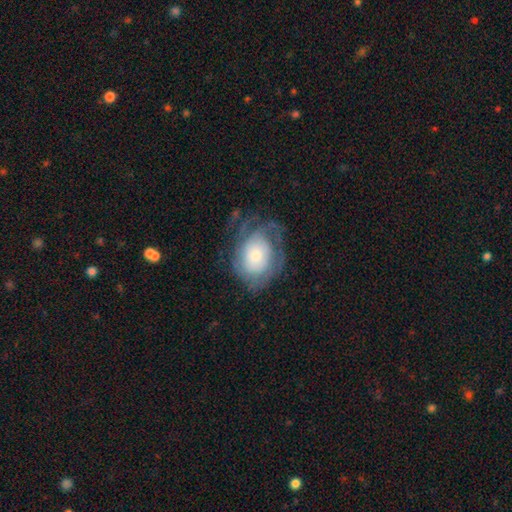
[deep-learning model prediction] Smooth or featured? featured or disk (58%)
Edge-on disk? no (96%)
Bar? no (83%)
Spiral arms? yes (75%)
Bulge size? small (42%)
Merging? none (52%)